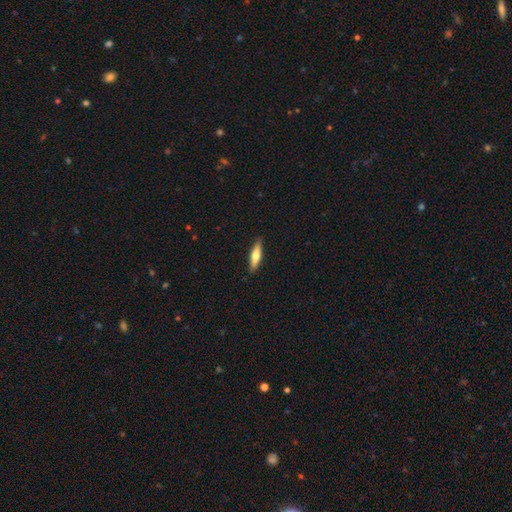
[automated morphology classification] Smooth or featured? smooth (58%)
How rounded? cigar-shaped (72%)
Merging? none (89%)